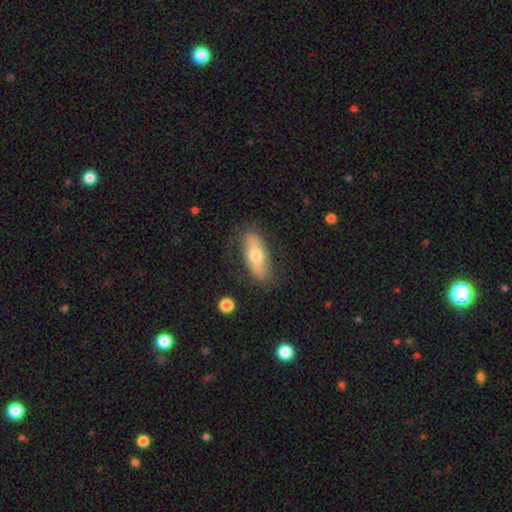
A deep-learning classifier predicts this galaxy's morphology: Smooth or featured? Predicted: smooth (p=0.48). Merging? Predicted: none (p=0.77).